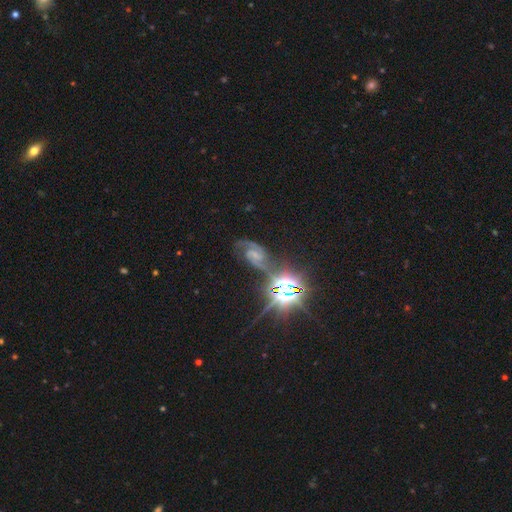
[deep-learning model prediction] Smooth or featured?
  - featured or disk: 74% *
  - star or artifact: 18%
  - smooth: 8%
Edge-on disk?
  - no: 96% *
  - yes: 4%
Bar?
  - no: 41% *
  - weak: 40%
  - strong: 19%
Spiral arms?
  - yes: 96% *
  - no: 4%
Spiral winding?
  - medium: 53% *
  - loose: 29%
  - tight: 18%
Spiral arm count?
  - 2: 89% *
  - can't tell: 4%
  - 1: 3%
  - 3: 2%
  - 4: 1%
  - more than 4: 1%
Bulge size?
  - small: 54% *
  - moderate: 23%
  - none: 18%
  - large: 3%
  - dominant: 2%
Merging?
  - none: 63% *
  - minor disturbance: 18%
  - major disturbance: 13%
  - merger: 6%